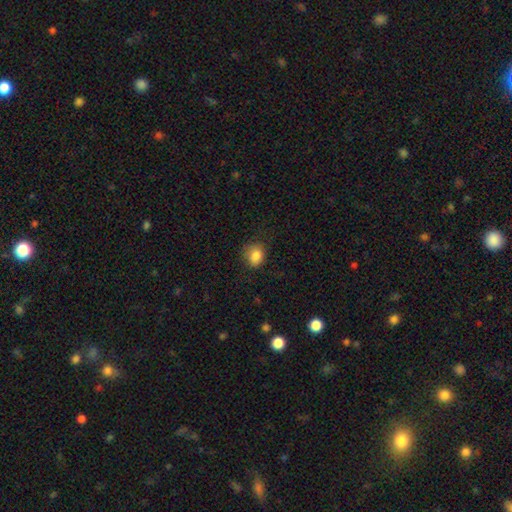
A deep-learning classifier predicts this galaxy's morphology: Smooth or featured? smooth (85%)
How rounded? round (55%)
Merging? none (72%)